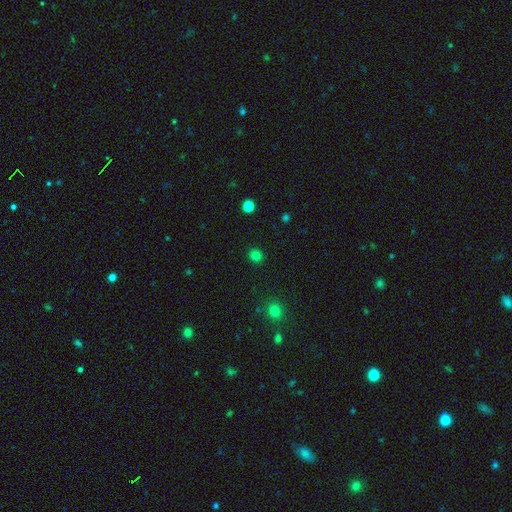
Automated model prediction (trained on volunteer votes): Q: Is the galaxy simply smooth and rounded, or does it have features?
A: smooth — 81%.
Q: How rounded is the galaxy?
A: round — 82%.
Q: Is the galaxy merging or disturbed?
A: none — 90%.